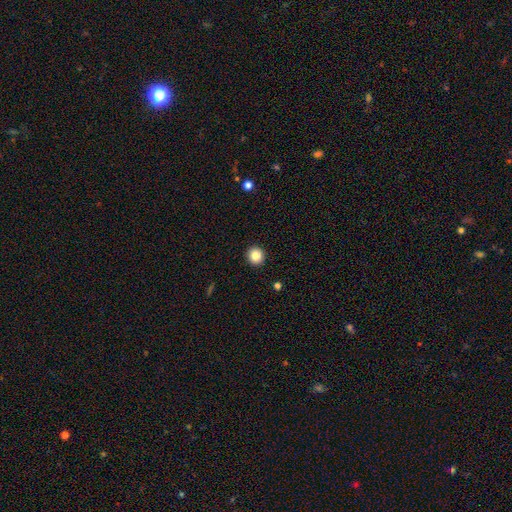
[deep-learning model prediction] A smooth galaxy with no disk features (85%) that is round (94%). Merging: none (94%).